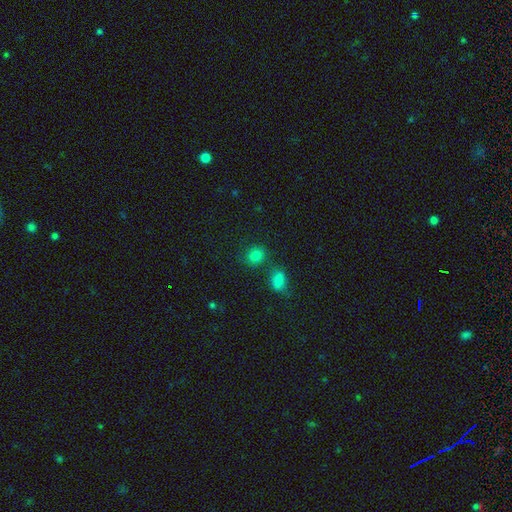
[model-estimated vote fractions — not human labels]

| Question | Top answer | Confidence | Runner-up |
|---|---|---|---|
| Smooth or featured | smooth | 81% | star or artifact (14%) |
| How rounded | round | 67% | in between (31%) |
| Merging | none | 69% | merger (14%) |